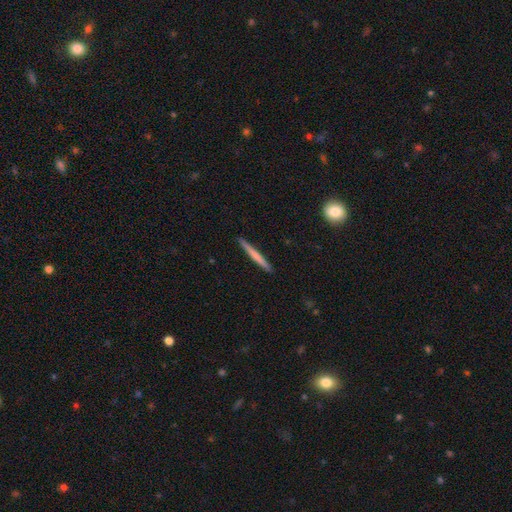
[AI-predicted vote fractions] A smooth galaxy with no disk features (60%) that is cigar-shaped (97%). Merging: none (91%).